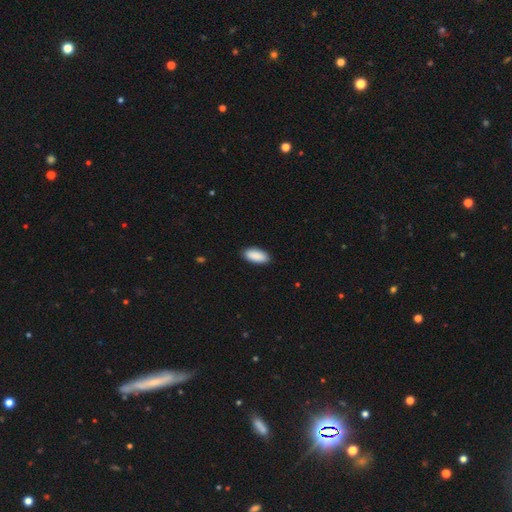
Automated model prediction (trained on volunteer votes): smooth 91%, star or artifact 6%, featured or disk 3%. Down the decision tree: how rounded — in between (92%); merging — none (89%).